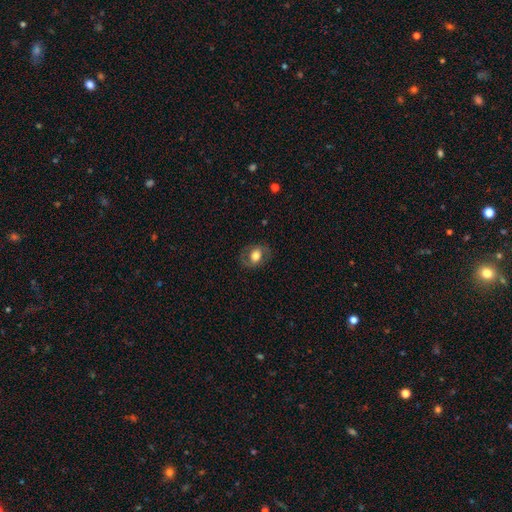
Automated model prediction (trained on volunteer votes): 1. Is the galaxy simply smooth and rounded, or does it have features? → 55% smooth, 37% featured or disk, 8% star or artifact.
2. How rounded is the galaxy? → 64% in between, 35% round, 1% cigar-shaped.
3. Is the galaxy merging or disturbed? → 76% none, 15% minor disturbance, 8% major disturbance, 1% merger.